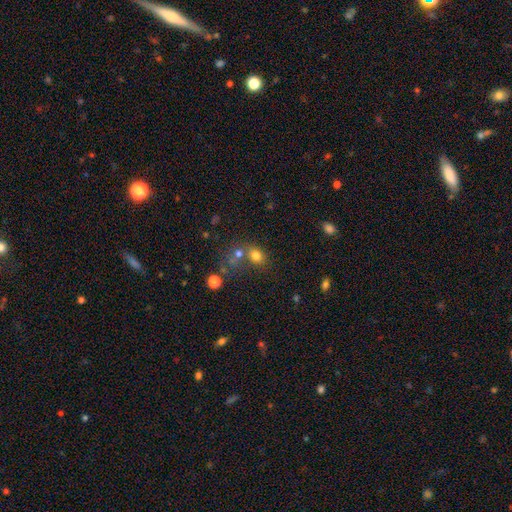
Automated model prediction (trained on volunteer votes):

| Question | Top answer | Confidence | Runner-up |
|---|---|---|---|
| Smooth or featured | smooth | 75% | star or artifact (16%) |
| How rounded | in between | 51% | round (47%) |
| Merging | none | 51% | merger (31%) |